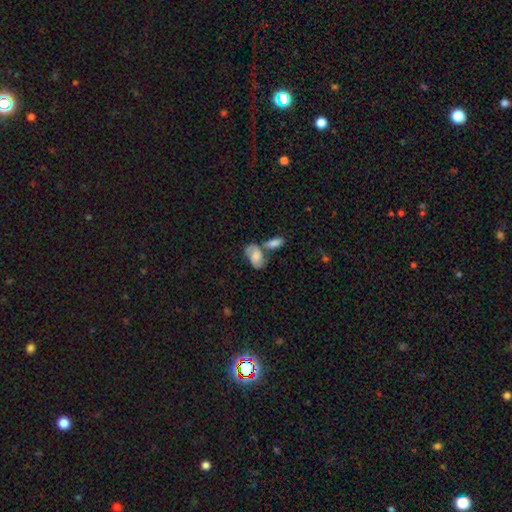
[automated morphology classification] This appears to be a smooth galaxy with no disk features (53%) that is in between round and cigar-shaped (90%). Merging: none (38%, tied with merger).